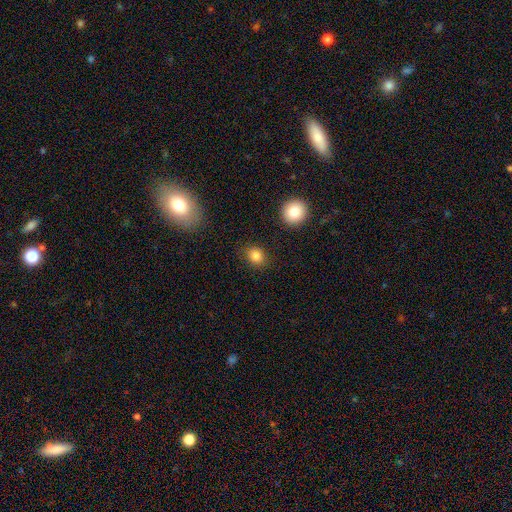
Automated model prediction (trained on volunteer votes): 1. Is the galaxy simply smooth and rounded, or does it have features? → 85% smooth, 10% star or artifact, 4% featured or disk.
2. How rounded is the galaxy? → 59% round, 40% in between, 1% cigar-shaped.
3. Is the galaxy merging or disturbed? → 85% none, 10% minor disturbance, 3% major disturbance, 2% merger.